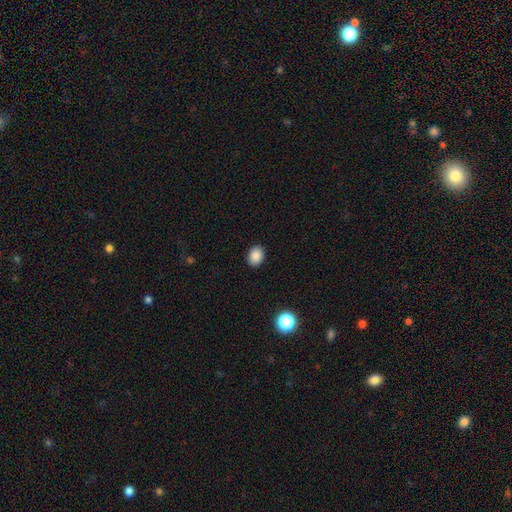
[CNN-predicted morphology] This is clearly a smooth galaxy (88%). How rounded: likely in between (63%). Merging: clearly none (90%).